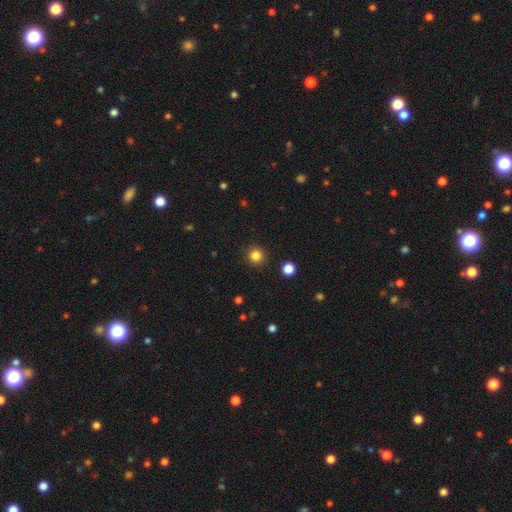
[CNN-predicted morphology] This is clearly a smooth galaxy (84%). How rounded: clearly round (94%). Merging: clearly none (92%).